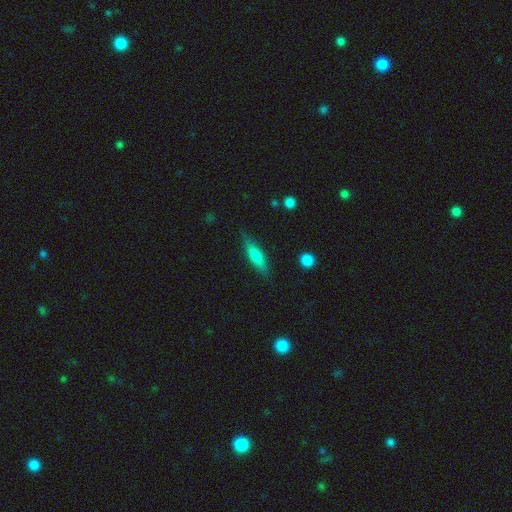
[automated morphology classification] A smooth galaxy with no disk features (66%) that is cigar-shaped (69%).

Vote fractions:
- Smooth or featured? smooth: 66% / featured or disk: 27% / star or artifact: 6%
- How rounded? cigar-shaped: 69% / in between: 29% / round: 2%
- Merging? none: 83% / minor disturbance: 13% / major disturbance: 3% / merger: 1%